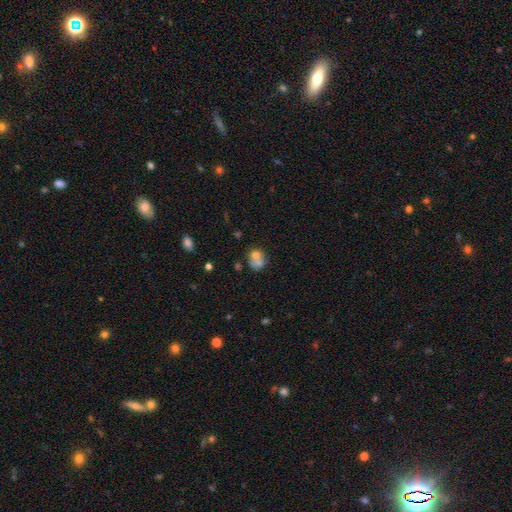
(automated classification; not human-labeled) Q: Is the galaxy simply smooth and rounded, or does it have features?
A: smooth — 66%.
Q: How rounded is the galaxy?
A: round — 61%.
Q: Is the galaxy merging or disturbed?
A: merger — 50%.